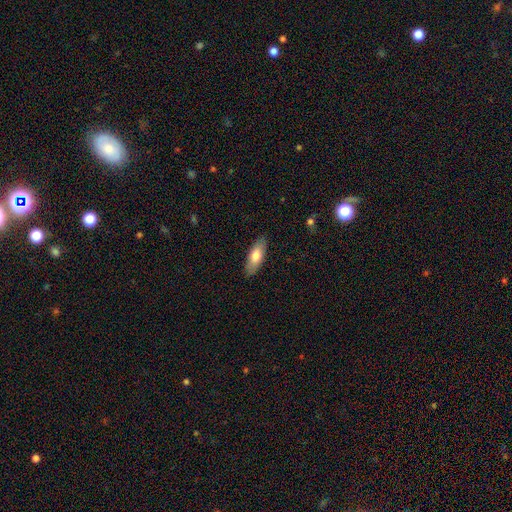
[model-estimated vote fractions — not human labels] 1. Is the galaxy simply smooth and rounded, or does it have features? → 74% smooth, 21% featured or disk, 6% star or artifact.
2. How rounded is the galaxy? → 71% in between, 27% cigar-shaped, 2% round.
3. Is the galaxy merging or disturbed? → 88% none, 9% minor disturbance, 2% major disturbance, 1% merger.